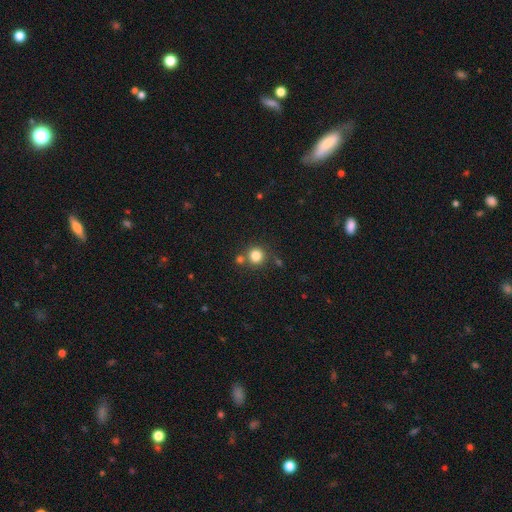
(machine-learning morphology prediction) Smooth or featured? smooth (81%)
How rounded? round (93%)
Merging? none (73%)